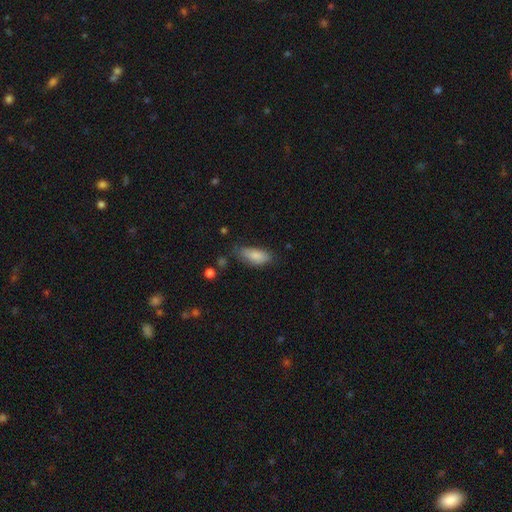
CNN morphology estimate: A smooth galaxy with no disk features (85%) that is in between round and cigar-shaped (85%).

Vote fractions:
- Smooth or featured? smooth: 85% / featured or disk: 9% / star or artifact: 7%
- How rounded? in between: 85% / cigar-shaped: 13% / round: 2%
- Merging? none: 62% / minor disturbance: 28% / major disturbance: 7% / merger: 2%